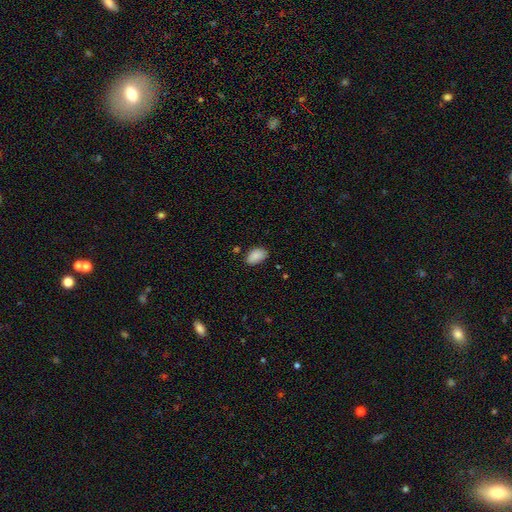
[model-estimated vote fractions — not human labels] smooth_or_featured: smooth (p=0.89) [alt: star or artifact p=0.07]
how_rounded: in between (p=0.92) [alt: round p=0.07]
merging: none (p=0.77) [alt: minor disturbance p=0.18]